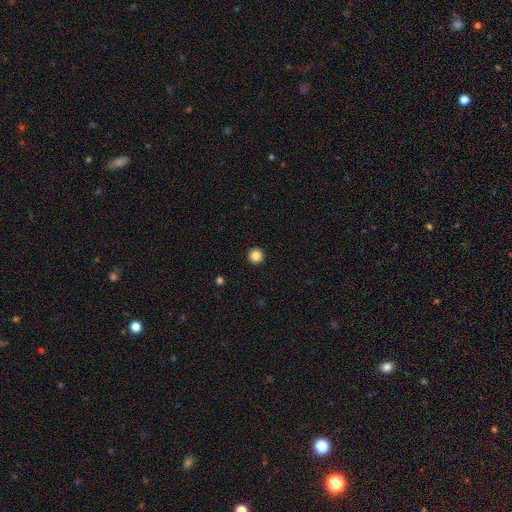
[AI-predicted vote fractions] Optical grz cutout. It shows a smooth galaxy with no disk features (85%) that is round (96%). Merging: none (94%).